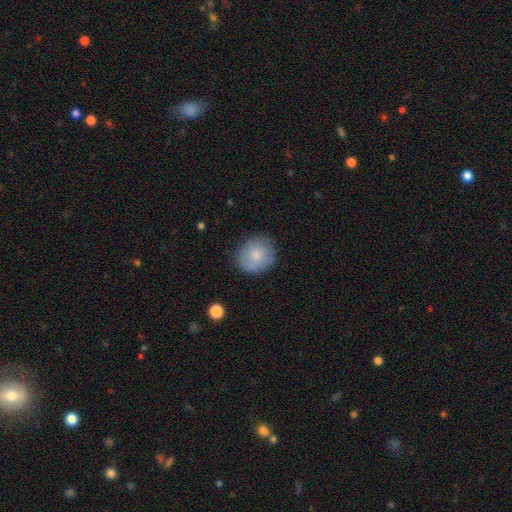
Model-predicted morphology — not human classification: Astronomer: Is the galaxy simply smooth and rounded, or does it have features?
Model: smooth — 76%.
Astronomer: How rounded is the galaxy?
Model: round — 78%.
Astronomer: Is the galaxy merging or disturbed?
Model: none — 78%.